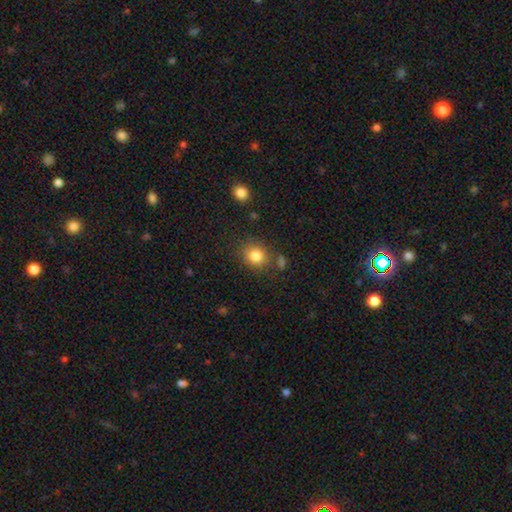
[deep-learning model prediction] This is clearly a smooth galaxy (83%). How rounded: clearly round (82%). Merging: likely none (78%).